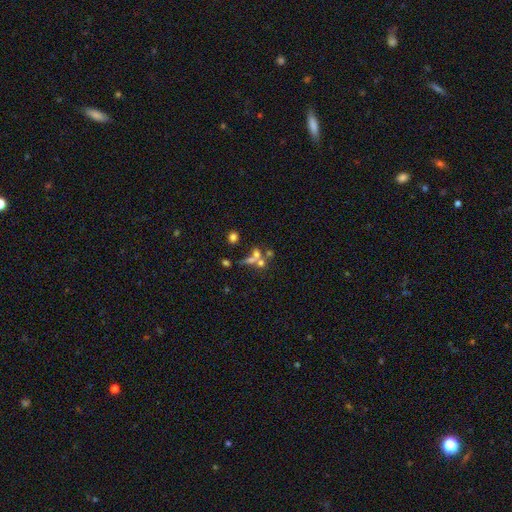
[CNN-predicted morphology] Smooth or featured: smooth — 47% (featured or disk — 30%)
Merging: merger — 49% (none — 33%)